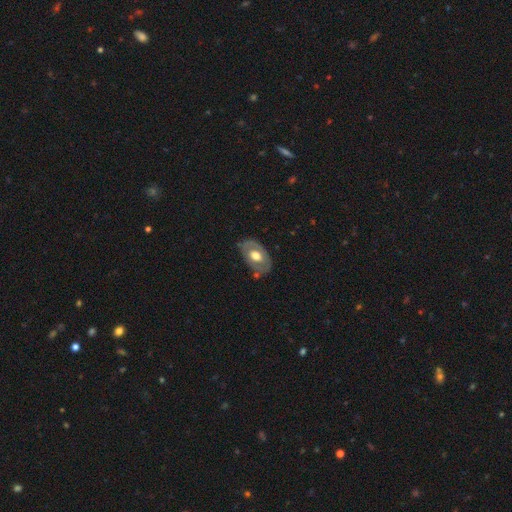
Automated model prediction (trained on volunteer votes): Smooth or featured? featured or disk (51%)
Edge-on disk? no (90%)
Merging? none (69%)